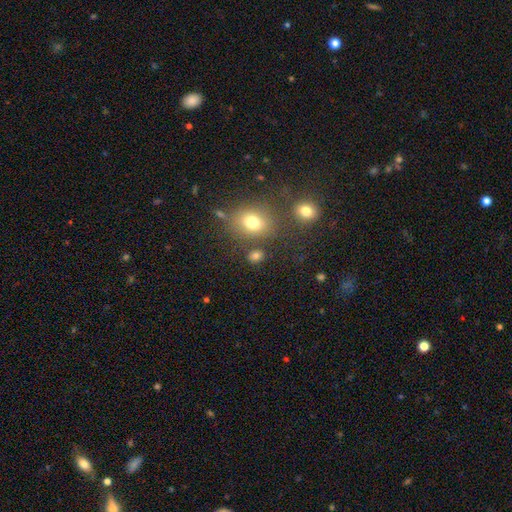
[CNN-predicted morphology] Smooth or featured? smooth (76%)
How rounded? round (54%)
Merging? none (77%)